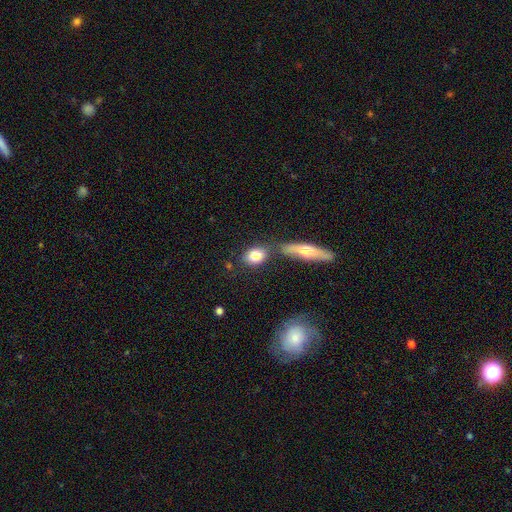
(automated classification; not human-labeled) This appears to be a smooth galaxy with no disk features (80%) that is in between round and cigar-shaped (70%). Merging: none (60%).